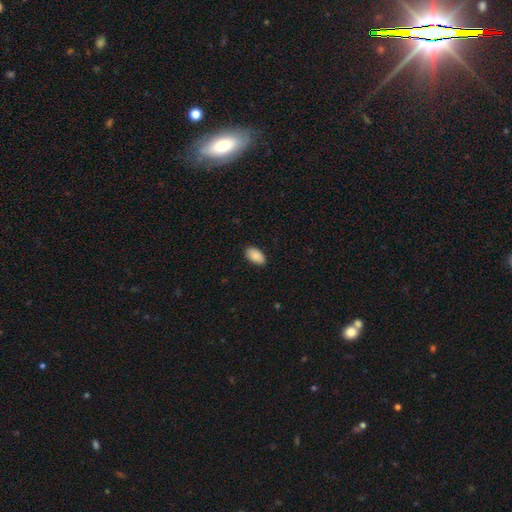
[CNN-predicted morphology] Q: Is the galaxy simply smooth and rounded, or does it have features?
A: smooth — 89%.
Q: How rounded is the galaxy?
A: in between — 95%.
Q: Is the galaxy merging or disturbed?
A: none — 89%.